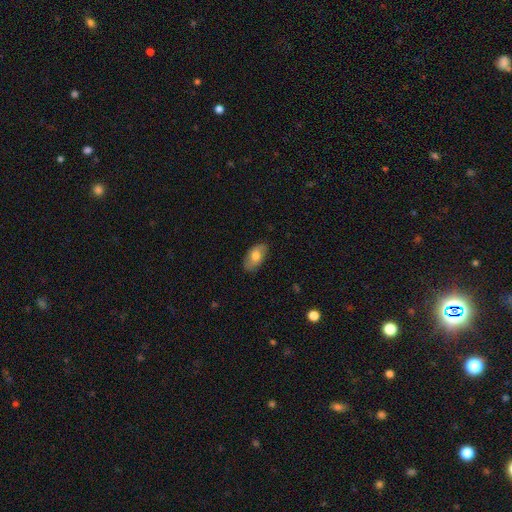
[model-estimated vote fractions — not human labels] smooth 68%, featured or disk 25%, star or artifact 7%. Down the decision tree: how rounded — in between (92%); merging — none (79%).